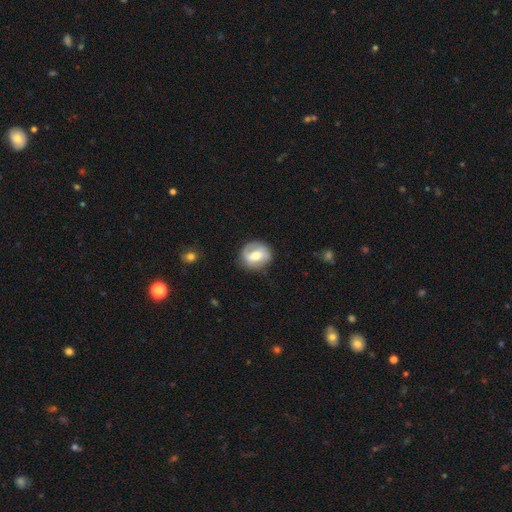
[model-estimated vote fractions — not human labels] Smooth or featured: featured or disk — 50% (smooth — 43%)
Edge-on disk: no — 93% (yes — 7%)
Merging: none — 78% (minor disturbance — 15%)